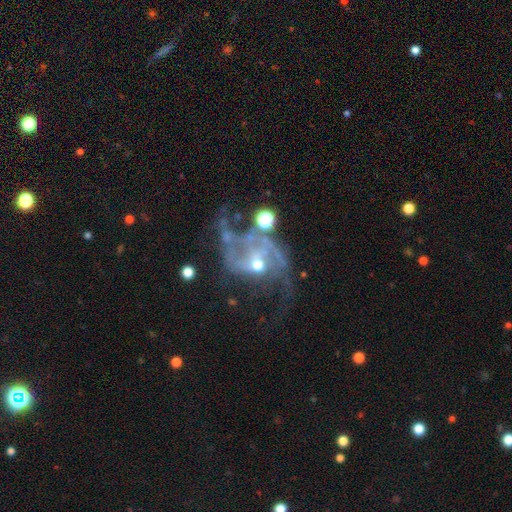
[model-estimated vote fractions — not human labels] The model was most divided on "merging": none: 38%, major disturbance: 31%, minor disturbance: 18%, merger: 13%. More confident: edge-on disk — no (97%); spiral arms — yes (91%); smooth or featured — featured or disk (84%); spiral arm count — 2 (74%); bar — no (57%); spiral winding — loose (55%); bulge size — small (55%).